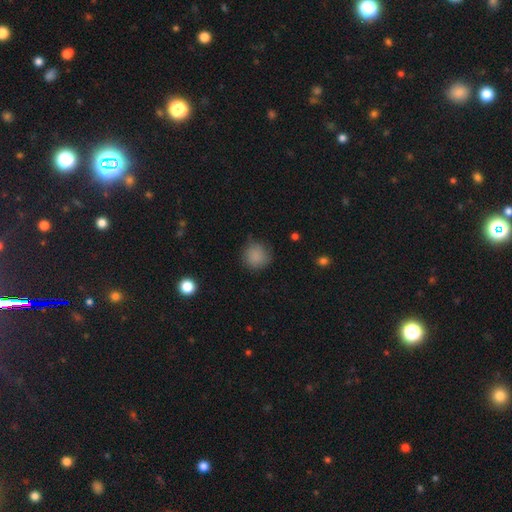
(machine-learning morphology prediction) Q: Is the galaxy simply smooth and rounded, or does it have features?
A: smooth — 85%.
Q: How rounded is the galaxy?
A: round — 90%.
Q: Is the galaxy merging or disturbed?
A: none — 74%.